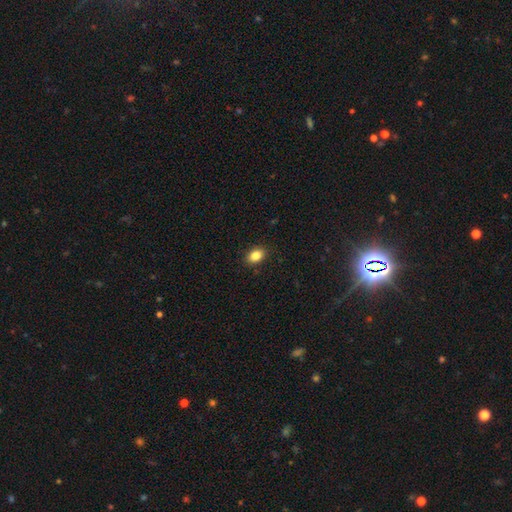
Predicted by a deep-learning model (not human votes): Smooth or featured? smooth (85%)
How rounded? in between (78%)
Merging? none (89%)